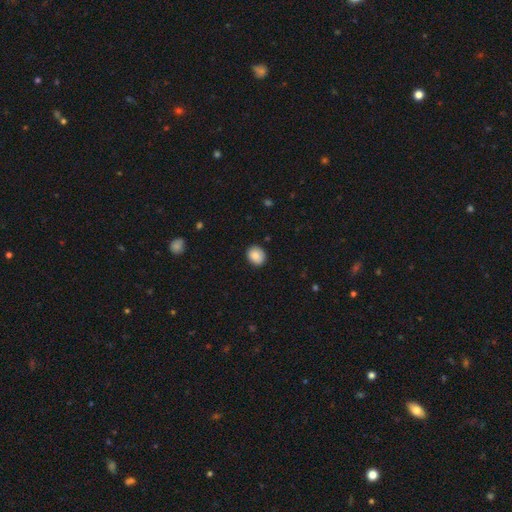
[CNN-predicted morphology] Q: Smooth or featured?
A: smooth (88%); runner-up: star or artifact (8%)
Q: How rounded?
A: round (72%); runner-up: in between (27%)
Q: Merging?
A: none (86%); runner-up: minor disturbance (10%)